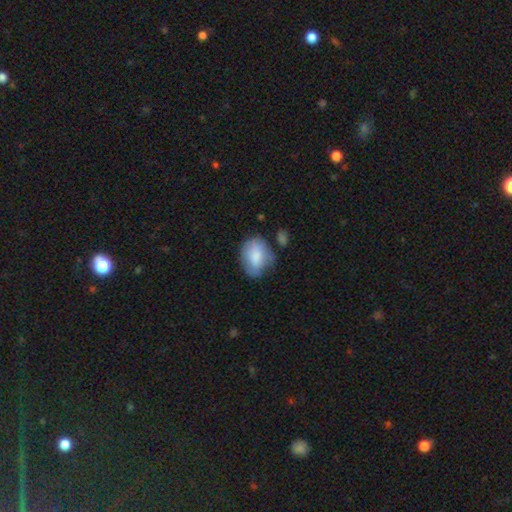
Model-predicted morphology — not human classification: smooth-or-featured: smooth: 76% | featured or disk: 17% | star or artifact: 7%
  how-rounded: in between: 69% | round: 29% | cigar-shaped: 1%
  merging: none: 52% | minor disturbance: 30% | major disturbance: 11% | merger: 7%